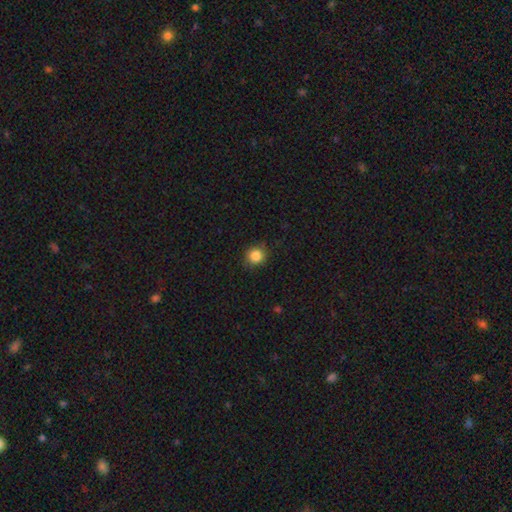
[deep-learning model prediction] This is clearly a smooth galaxy (86%). How rounded: clearly round (90%). Merging: clearly none (85%).